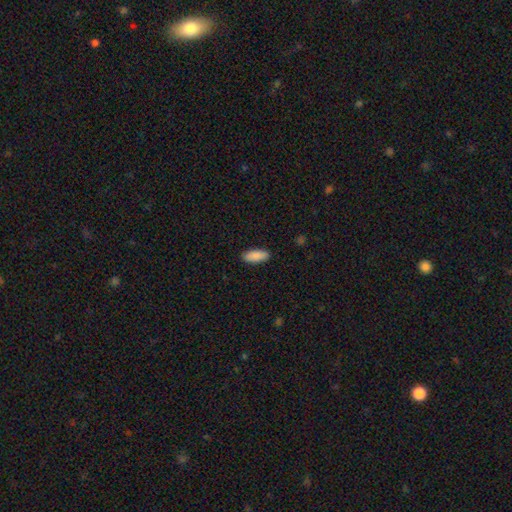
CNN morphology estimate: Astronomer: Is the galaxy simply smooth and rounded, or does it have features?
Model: smooth — 90%.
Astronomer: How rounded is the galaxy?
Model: in between — 76%.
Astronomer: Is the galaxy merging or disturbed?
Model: none — 90%.